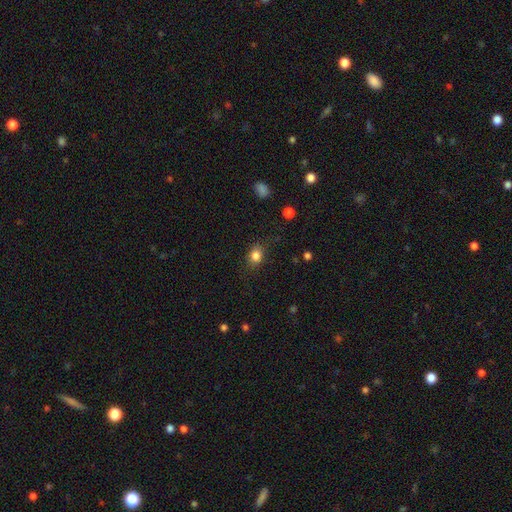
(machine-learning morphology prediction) smooth-or-featured: smooth: 83% | star or artifact: 11% | featured or disk: 6%
  how-rounded: in between: 51% | round: 48% | cigar-shaped: 2%
  merging: none: 78% | minor disturbance: 16% | major disturbance: 5% | merger: 1%